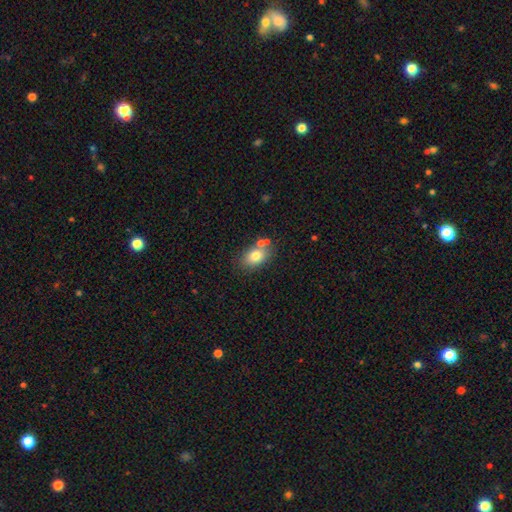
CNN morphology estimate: smooth_or_featured: smooth (p=0.77) [alt: featured or disk p=0.13]
how_rounded: in between (p=0.78) [alt: round p=0.21]
merging: none (p=0.66) [alt: merger p=0.15]